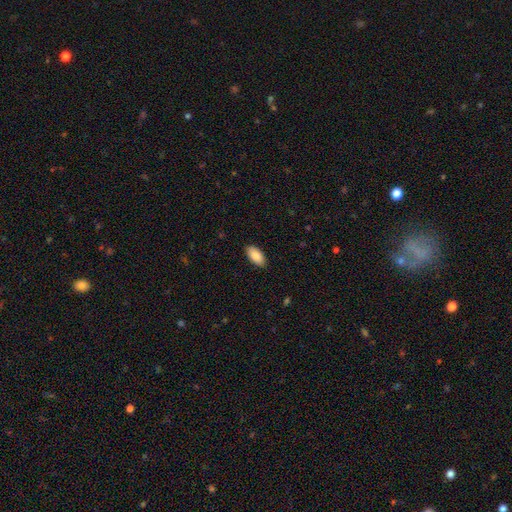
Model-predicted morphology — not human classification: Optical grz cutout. It shows a smooth galaxy with no disk features (89%) that is in between round and cigar-shaped (94%). Merging: none (89%).